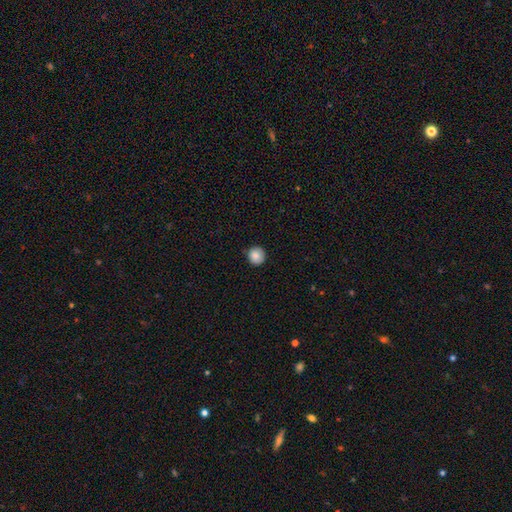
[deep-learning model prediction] smooth_or_featured: smooth (p=0.87) [alt: star or artifact p=0.09]
how_rounded: round (p=0.94) [alt: in between p=0.05]
merging: none (p=0.89) [alt: minor disturbance p=0.08]